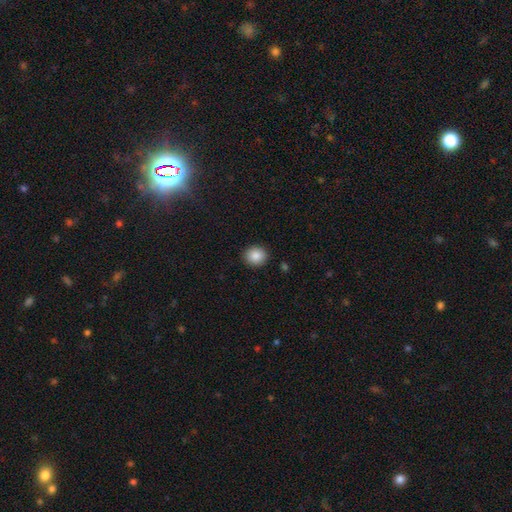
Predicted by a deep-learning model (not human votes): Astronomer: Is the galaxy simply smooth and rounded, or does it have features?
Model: smooth — 87%.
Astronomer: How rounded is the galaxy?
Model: round — 81%.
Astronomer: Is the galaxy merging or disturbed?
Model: none — 91%.